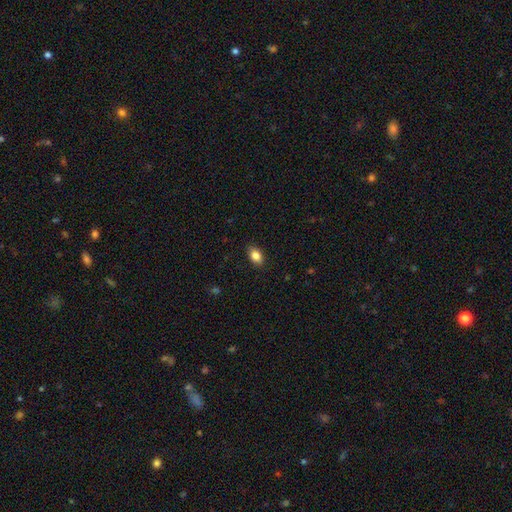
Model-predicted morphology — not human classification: This appears to be a smooth galaxy with no disk features (85%) that is in between round and cigar-shaped (85%). Merging: none (87%).